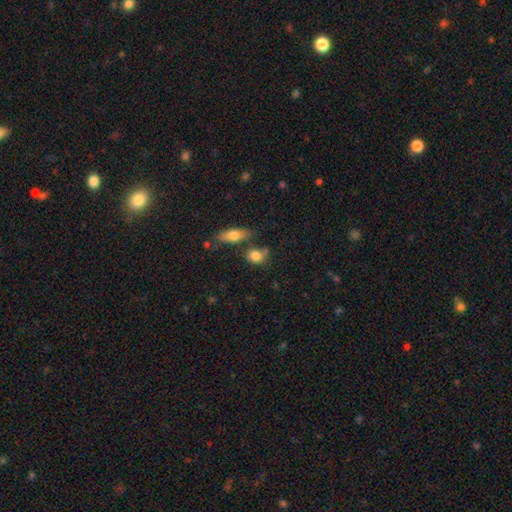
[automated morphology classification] This is clearly a smooth galaxy (81%). How rounded: possibly round (50%). Merging: possibly none (55%).